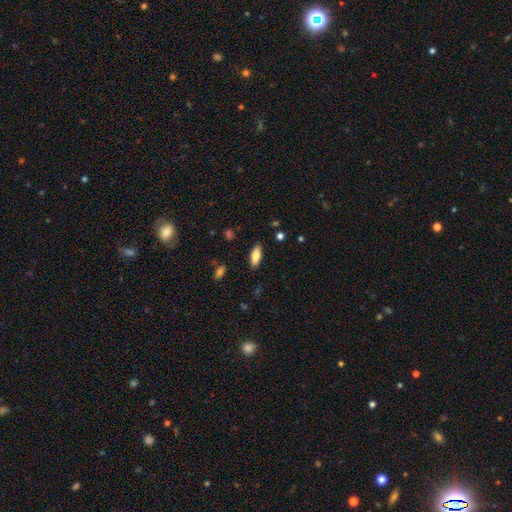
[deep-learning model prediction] Smooth or featured? Predicted: smooth (p=0.80). How rounded? Predicted: in between (p=0.78). Merging? Predicted: none (p=0.87).